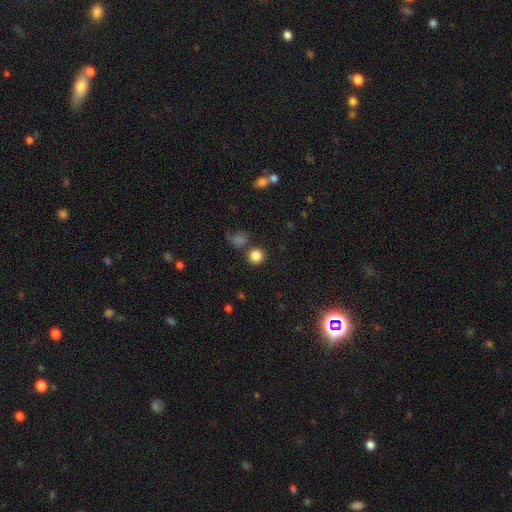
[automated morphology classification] type=smooth (84%); roundness=round (93%); merging=none (79%).